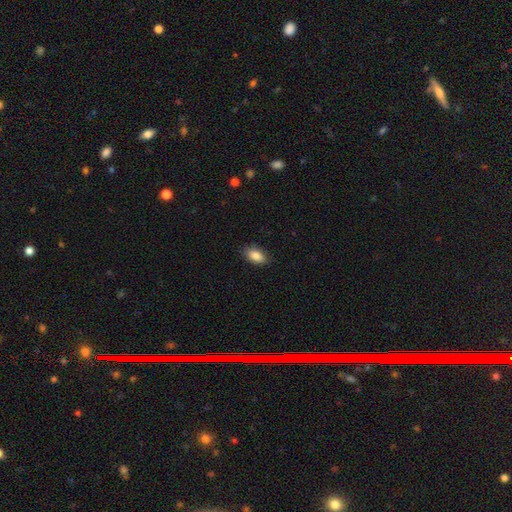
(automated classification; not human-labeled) This appears to be a smooth galaxy with no disk features (87%) that is in between round and cigar-shaped (91%). Merging: none (84%).